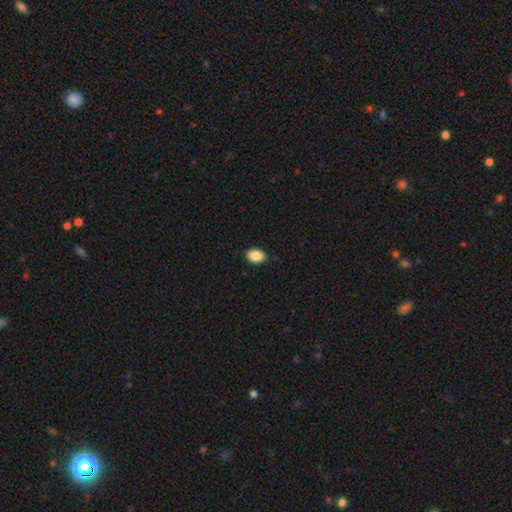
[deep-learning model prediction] A smooth galaxy with no disk features (89%) that is in between round and cigar-shaped (82%). Merging: none (90%).